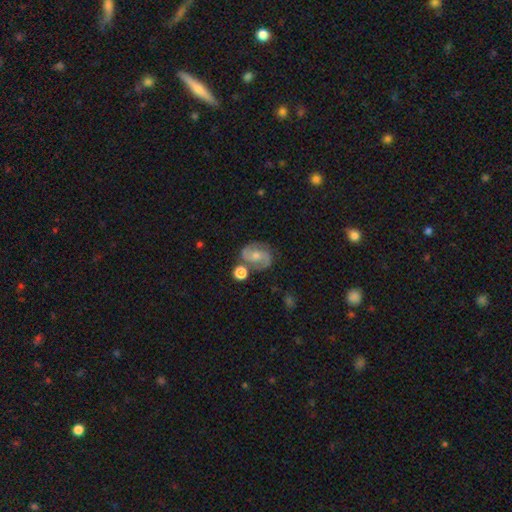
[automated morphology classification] Smooth or featured?
  - featured or disk: 79% *
  - smooth: 13%
  - star or artifact: 8%
Edge-on disk?
  - no: 98% *
  - yes: 2%
Bar?
  - no: 53% *
  - weak: 36%
  - strong: 11%
Spiral arms?
  - yes: 95% *
  - no: 5%
Spiral winding?
  - medium: 52% *
  - tight: 27%
  - loose: 20%
Spiral arm count?
  - 2: 91% *
  - can't tell: 4%
  - 3: 2%
  - 1: 2%
  - 4: 1%
  - more than 4: 1%
Bulge size?
  - moderate: 54% *
  - small: 40%
  - large: 2%
  - none: 2%
  - dominant: 1%
Merging?
  - none: 77% *
  - minor disturbance: 13%
  - merger: 5%
  - major disturbance: 4%